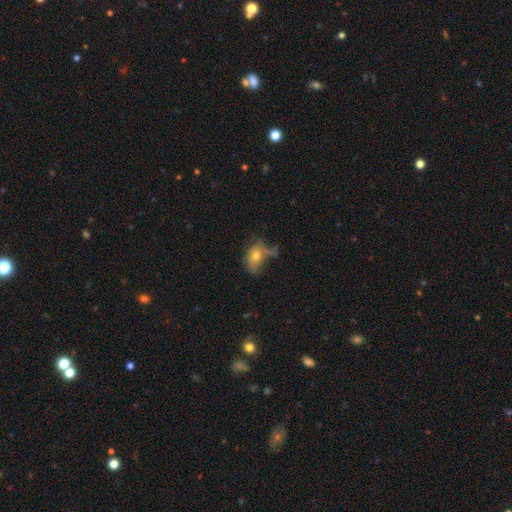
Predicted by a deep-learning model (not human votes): smooth 66%, featured or disk 24%, star or artifact 11%. Down the decision tree: how rounded — in between (80%); merging — none (37%).